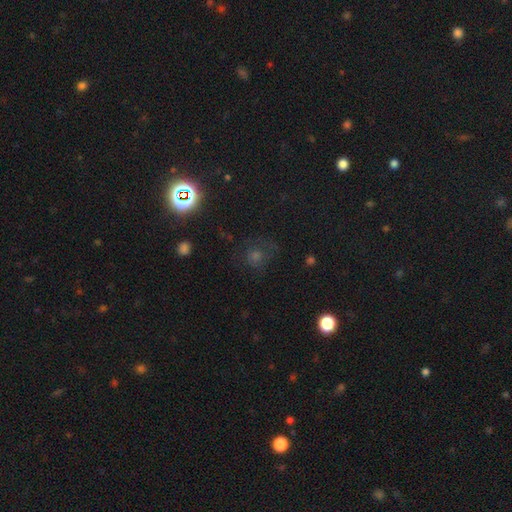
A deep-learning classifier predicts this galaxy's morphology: This is possibly a star or artifact rather than a galaxy (47%).